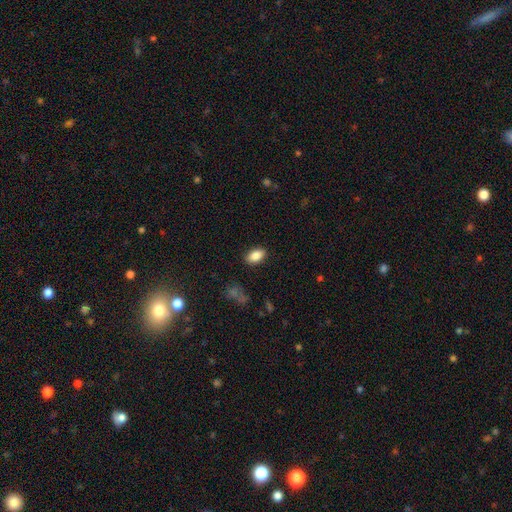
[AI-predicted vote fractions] The model was most divided on "merging": none: 87%, minor disturbance: 9%, major disturbance: 3%, merger: 1%. More confident: how rounded — in between (91%); smooth or featured — smooth (86%).